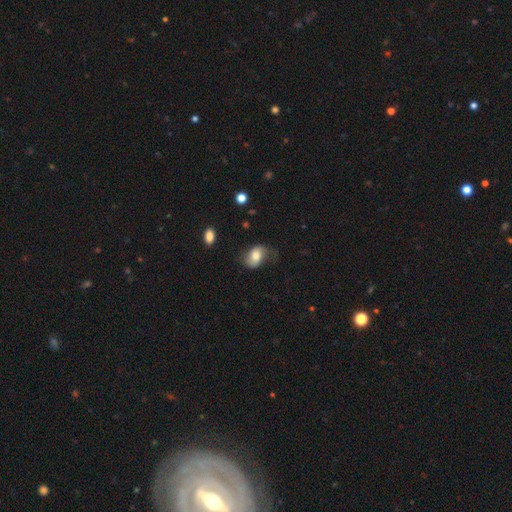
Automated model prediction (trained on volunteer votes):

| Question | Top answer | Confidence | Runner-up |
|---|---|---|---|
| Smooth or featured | smooth | 70% | featured or disk (23%) |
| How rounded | in between | 80% | round (19%) |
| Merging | none | 51% | minor disturbance (30%) |